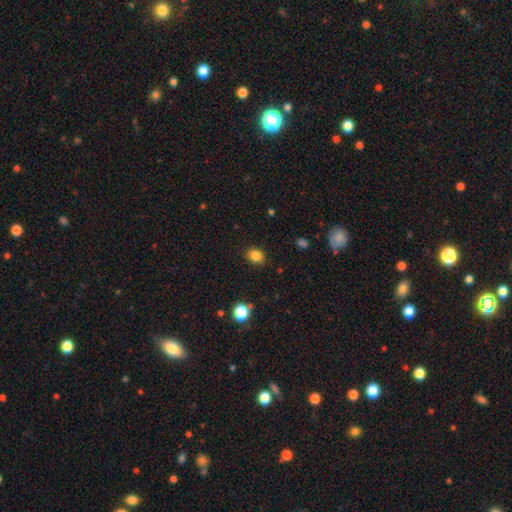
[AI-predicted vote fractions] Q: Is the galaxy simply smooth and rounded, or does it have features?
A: smooth — 84%.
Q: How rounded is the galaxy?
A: round — 56%.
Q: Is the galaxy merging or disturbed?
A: none — 86%.